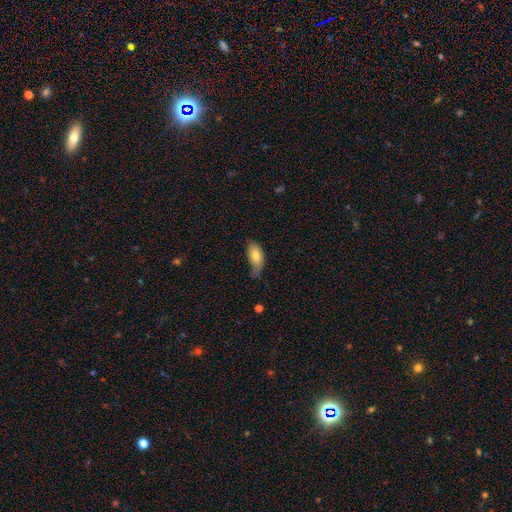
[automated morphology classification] Smooth or featured? Predicted: smooth (p=0.76). How rounded? Predicted: in between (p=0.89). Merging? Predicted: minor disturbance (p=0.43).